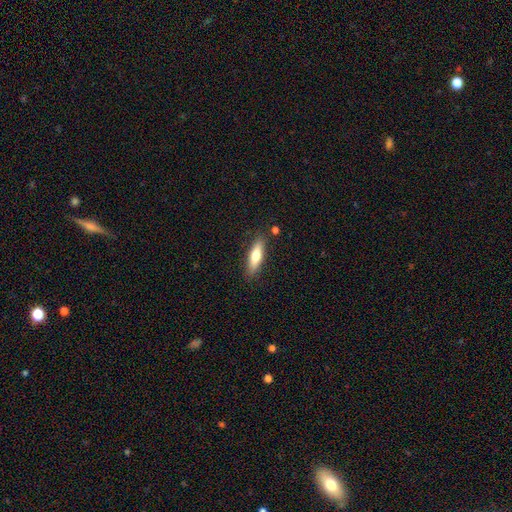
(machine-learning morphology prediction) Smooth or featured: smooth — 64% (featured or disk — 30%)
How rounded: cigar-shaped — 64% (in between — 34%)
Merging: none — 85% (minor disturbance — 10%)